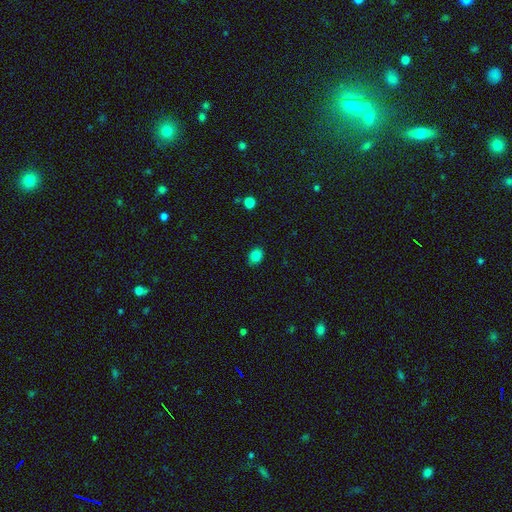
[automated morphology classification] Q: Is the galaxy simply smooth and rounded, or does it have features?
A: smooth — 84%.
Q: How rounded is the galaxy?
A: in between — 54%.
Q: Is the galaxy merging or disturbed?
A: none — 86%.